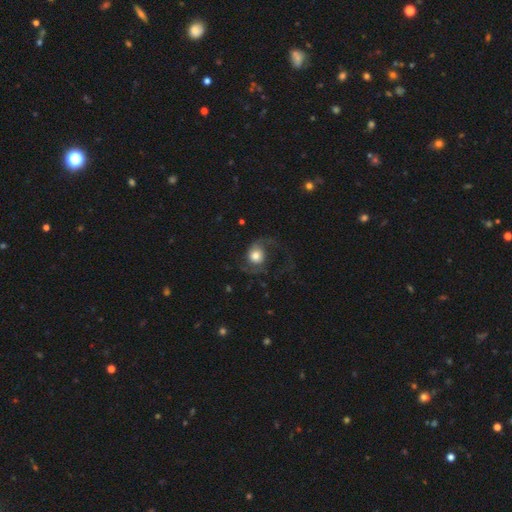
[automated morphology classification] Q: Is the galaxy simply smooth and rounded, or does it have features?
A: featured or disk — 51%.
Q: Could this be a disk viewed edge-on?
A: no — 97%.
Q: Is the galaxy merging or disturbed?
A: major disturbance — 44%.